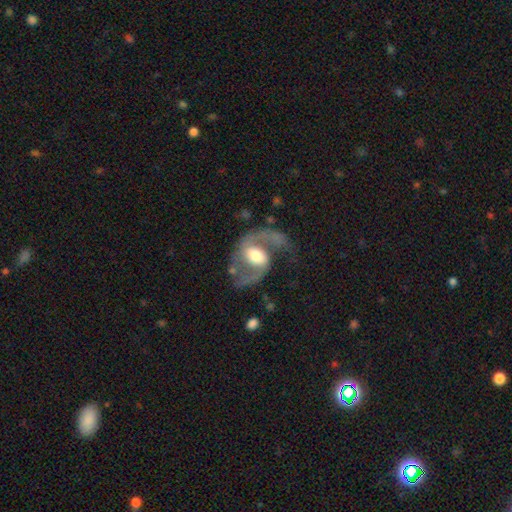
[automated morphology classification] A featured or disk galaxy (87%) with a weak bar (42%), 2 (90%) medium (49%) spiral arms (94%) and a moderate central bulge (57%). Merging: none (57%).